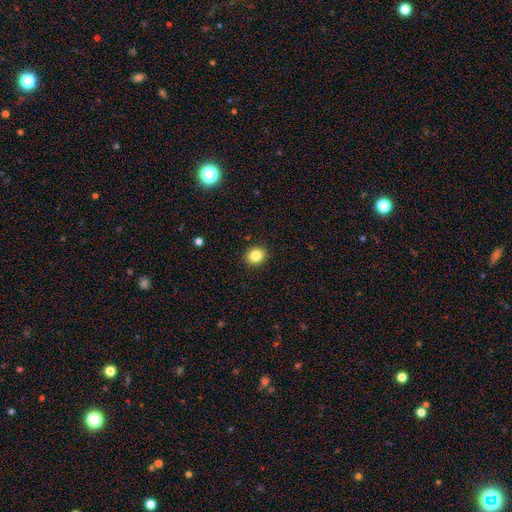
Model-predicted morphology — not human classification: type=smooth (84%); roundness=round (67%); merging=none (91%).